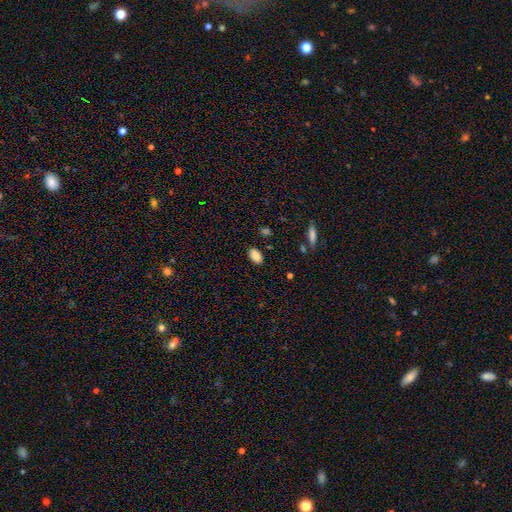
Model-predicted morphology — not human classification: This appears to be a smooth galaxy with no disk features (86%) that is in between round and cigar-shaped (92%). Merging: none (87%).